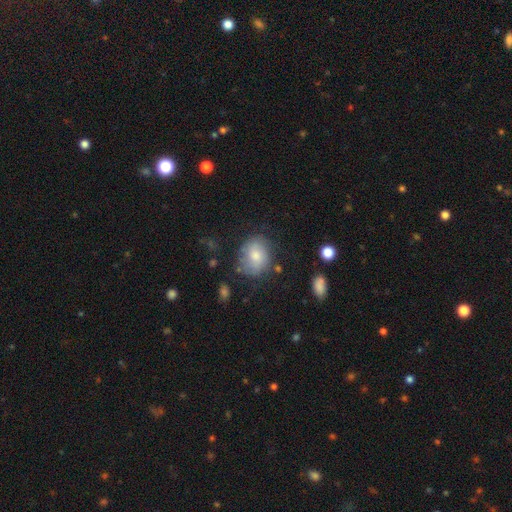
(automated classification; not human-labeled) This appears to be a smooth galaxy with no disk features (68%) that is round (54%). Merging: none (63%).